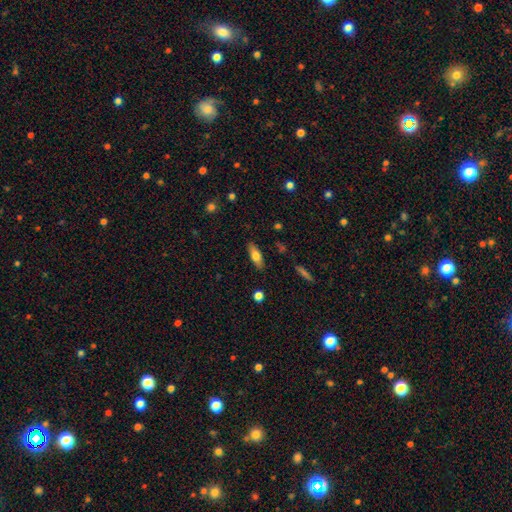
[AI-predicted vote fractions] smooth 72%, featured or disk 21%, star or artifact 7%. Down the decision tree: how rounded — in between (64%); merging — none (86%).